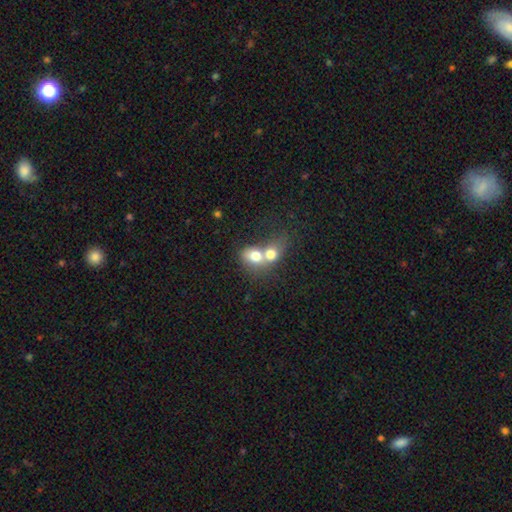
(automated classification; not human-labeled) smooth 70%, featured or disk 20%, star or artifact 10%. Down the decision tree: how rounded — round (51%); merging — merger (77%).